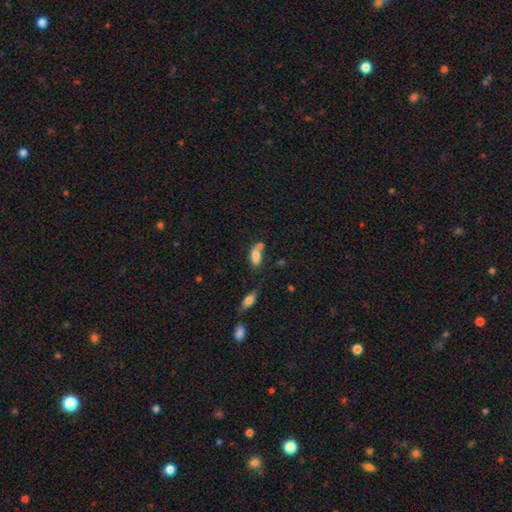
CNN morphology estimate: smooth_or_featured: smooth (p=0.80) [alt: featured or disk p=0.11]
how_rounded: in between (p=0.85) [alt: cigar-shaped p=0.11]
merging: none (p=0.48) [alt: merger p=0.31]